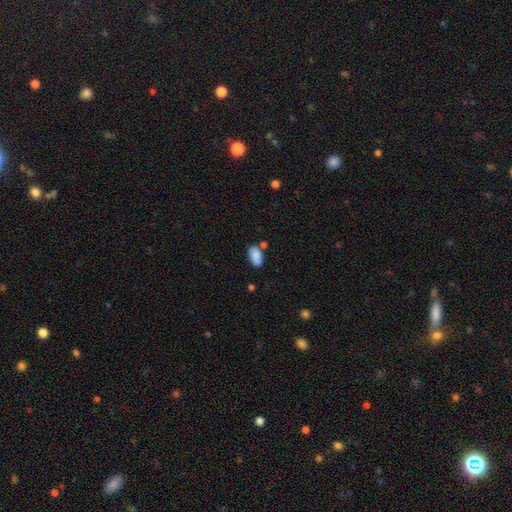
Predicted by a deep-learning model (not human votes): This appears to be a smooth galaxy with no disk features (85%) that is in between round and cigar-shaped (94%). Merging: none (67%).